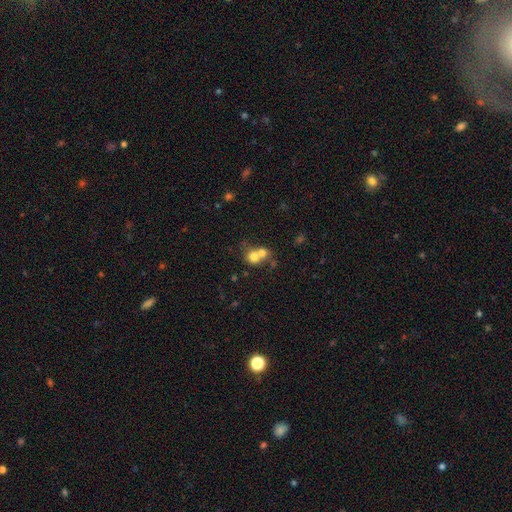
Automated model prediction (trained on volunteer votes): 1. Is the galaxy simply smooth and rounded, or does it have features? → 72% smooth, 16% featured or disk, 11% star or artifact.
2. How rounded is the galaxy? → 77% round, 22% in between, 1% cigar-shaped.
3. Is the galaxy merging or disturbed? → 66% merger, 26% none, 5% minor disturbance, 3% major disturbance.